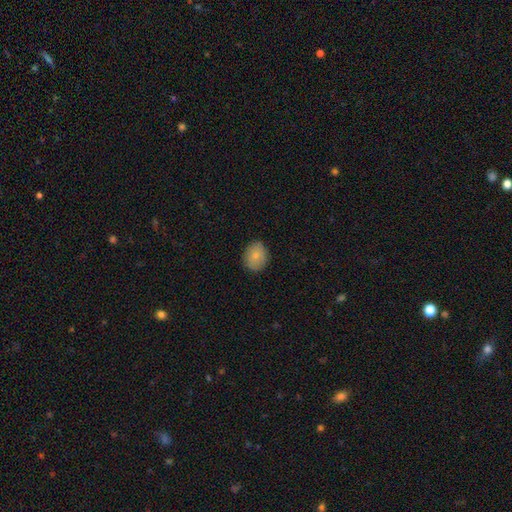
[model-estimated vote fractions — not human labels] smooth 82%, featured or disk 10%, star or artifact 7%. Down the decision tree: how rounded — round (53%); merging — none (86%).